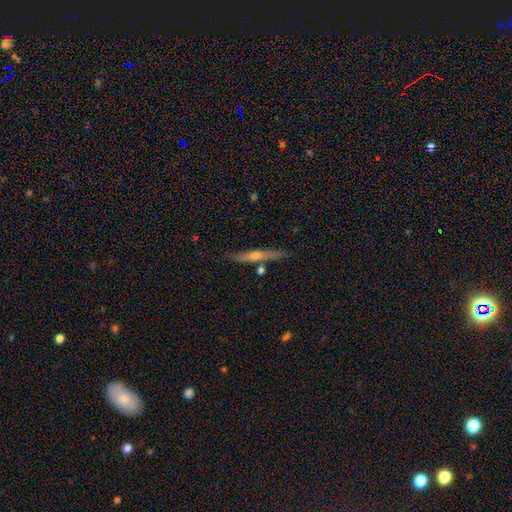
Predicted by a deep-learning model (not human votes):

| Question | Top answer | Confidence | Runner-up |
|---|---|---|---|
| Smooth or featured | featured or disk | 59% | smooth (35%) |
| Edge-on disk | yes | 94% | no (6%) |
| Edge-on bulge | rounded | 75% | none (22%) |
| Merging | none | 81% | minor disturbance (12%) |